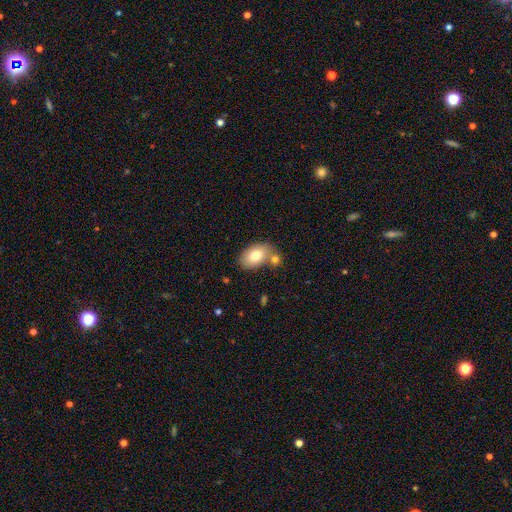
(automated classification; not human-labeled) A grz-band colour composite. It shows a smooth galaxy with no disk features (76%) that is in between round and cigar-shaped (89%). Merging: none (60%).